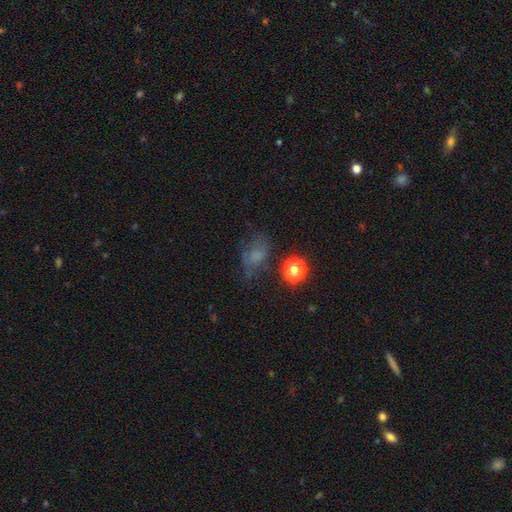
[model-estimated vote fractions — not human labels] Smooth or featured?
  - smooth: 52% *
  - star or artifact: 25%
  - featured or disk: 23%
How rounded?
  - in between: 70% *
  - round: 27%
  - cigar-shaped: 3%
Merging?
  - none: 49% *
  - minor disturbance: 26%
  - major disturbance: 20%
  - merger: 5%